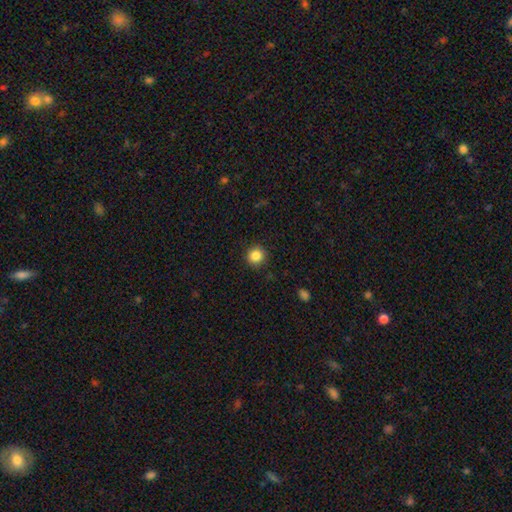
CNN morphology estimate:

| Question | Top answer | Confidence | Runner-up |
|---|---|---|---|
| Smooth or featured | smooth | 85% | star or artifact (11%) |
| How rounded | round | 93% | in between (6%) |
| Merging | none | 91% | minor disturbance (6%) |